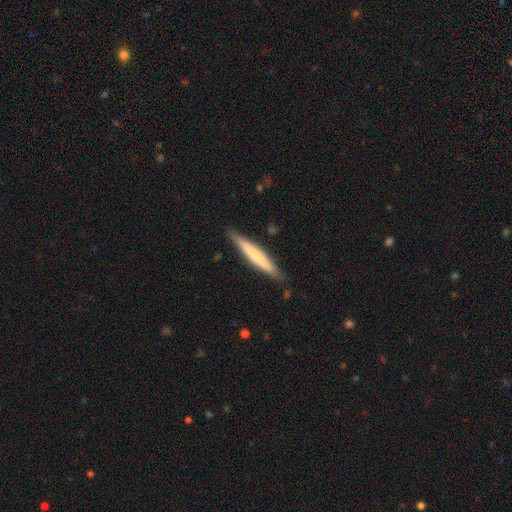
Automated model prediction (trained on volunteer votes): smooth 61%, featured or disk 33%, star or artifact 5%. Down the decision tree: how rounded — cigar-shaped (94%); merging — none (88%).